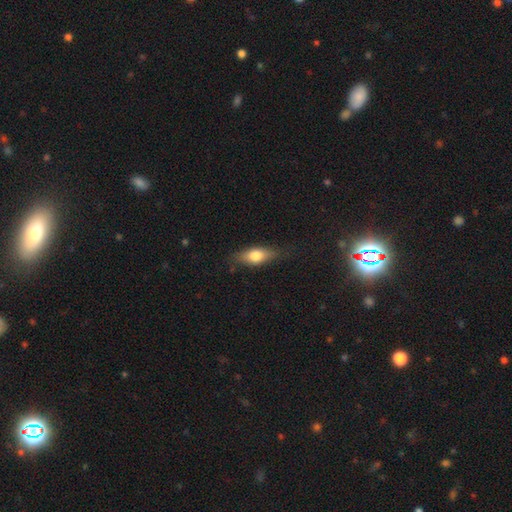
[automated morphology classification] Smooth or featured?
  - smooth: 69% *
  - featured or disk: 24%
  - star or artifact: 7%
How rounded?
  - in between: 72% *
  - cigar-shaped: 22%
  - round: 6%
Merging?
  - none: 76% *
  - minor disturbance: 18%
  - major disturbance: 4%
  - merger: 1%